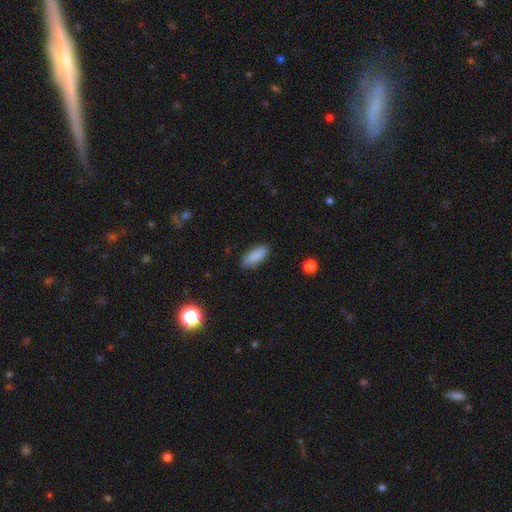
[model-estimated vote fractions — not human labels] smooth-or-featured: smooth: 88% | star or artifact: 7% | featured or disk: 5%
  how-rounded: in between: 73% | cigar-shaped: 25% | round: 2%
  merging: none: 85% | minor disturbance: 12% | major disturbance: 2% | merger: 1%